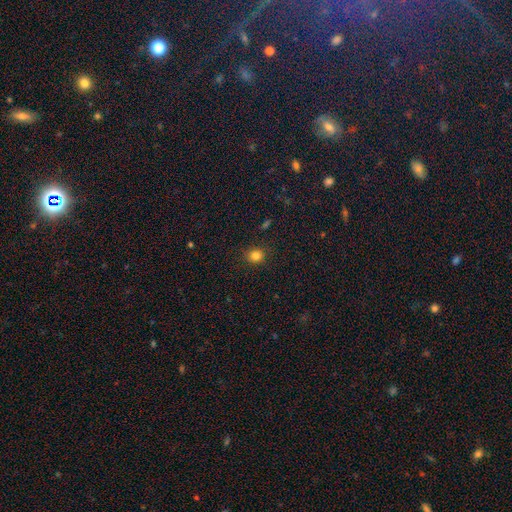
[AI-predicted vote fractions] Smooth or featured: smooth — 82% (star or artifact — 13%)
How rounded: round — 77% (in between — 22%)
Merging: none — 88% (minor disturbance — 8%)